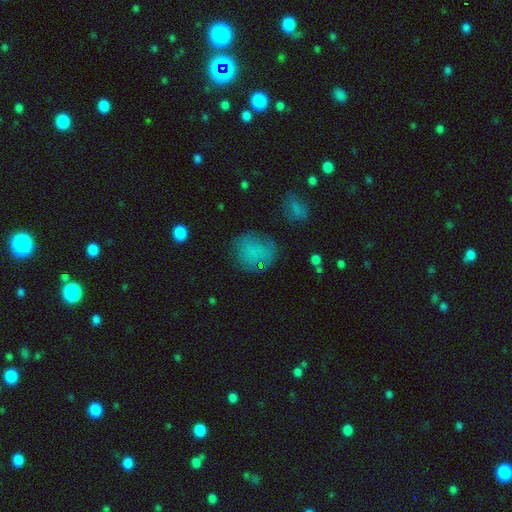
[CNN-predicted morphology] Smooth or featured? smooth (69%)
How rounded? round (69%)
Merging? none (68%)